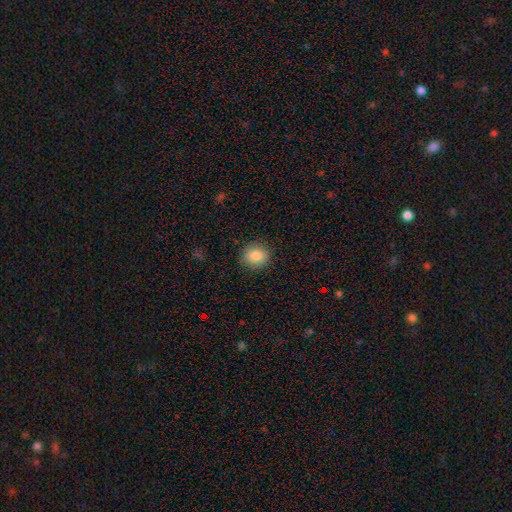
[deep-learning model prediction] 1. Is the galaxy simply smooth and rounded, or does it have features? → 86% smooth, 9% star or artifact, 5% featured or disk.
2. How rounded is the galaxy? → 86% round, 13% in between, 1% cigar-shaped.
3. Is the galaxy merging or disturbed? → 89% none, 8% minor disturbance, 2% major disturbance, 1% merger.